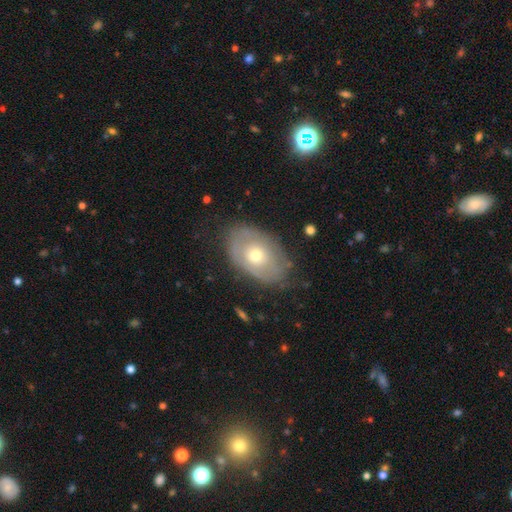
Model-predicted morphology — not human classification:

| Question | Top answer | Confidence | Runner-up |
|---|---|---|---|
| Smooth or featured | featured or disk | 51% | smooth (42%) |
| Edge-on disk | no | 91% | yes (9%) |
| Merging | none | 70% | minor disturbance (21%) |